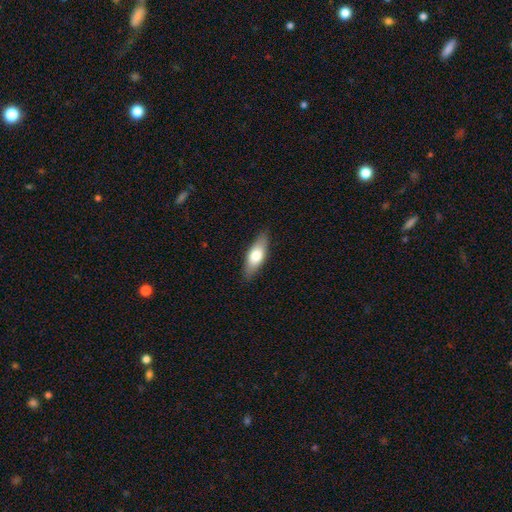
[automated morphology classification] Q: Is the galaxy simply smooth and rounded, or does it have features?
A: smooth — 67%.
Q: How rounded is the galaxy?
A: in between — 69%.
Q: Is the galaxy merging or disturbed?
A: none — 85%.